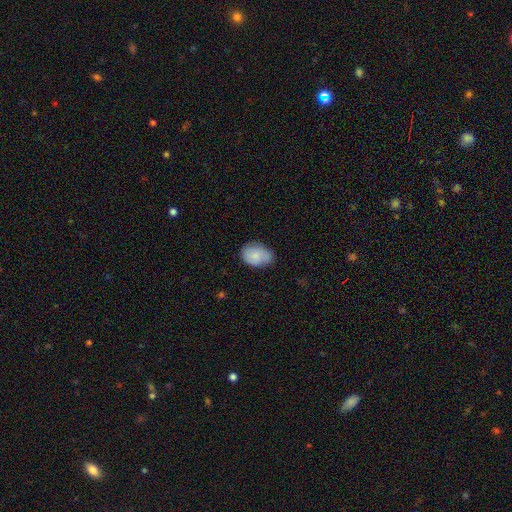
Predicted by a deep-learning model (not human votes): Q: Smooth or featured?
A: smooth (78%); runner-up: featured or disk (15%)
Q: How rounded?
A: in between (79%); runner-up: round (20%)
Q: Merging?
A: none (60%); runner-up: minor disturbance (32%)